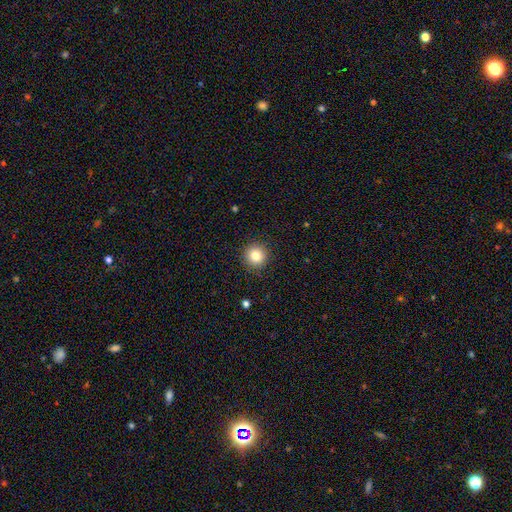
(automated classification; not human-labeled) smooth_or_featured: smooth (p=0.83) [alt: star or artifact p=0.11]
how_rounded: round (p=0.95) [alt: in between p=0.04]
merging: none (p=0.91) [alt: minor disturbance p=0.06]